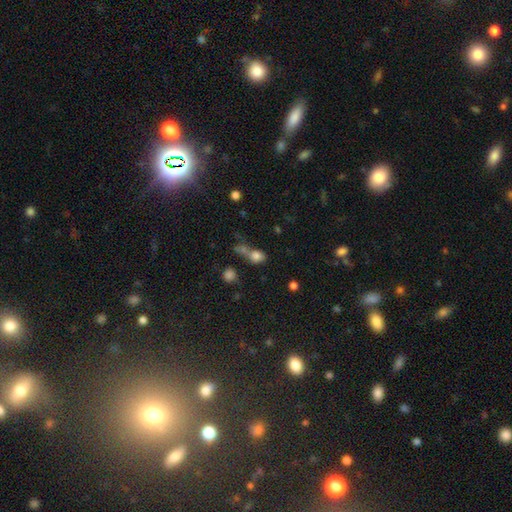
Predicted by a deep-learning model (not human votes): Smooth or featured? smooth (76%)
How rounded? in between (52%)
Merging? merger (43%)